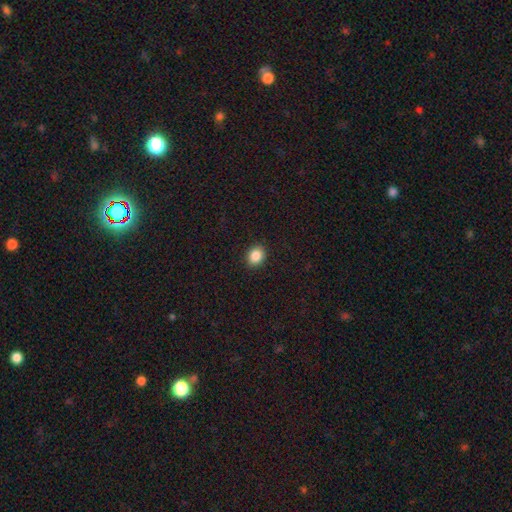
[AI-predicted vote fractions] The model was most divided on "how rounded": round: 57%, in between: 42%, cigar-shaped: 1%. More confident: merging — none (91%); smooth or featured — smooth (87%).